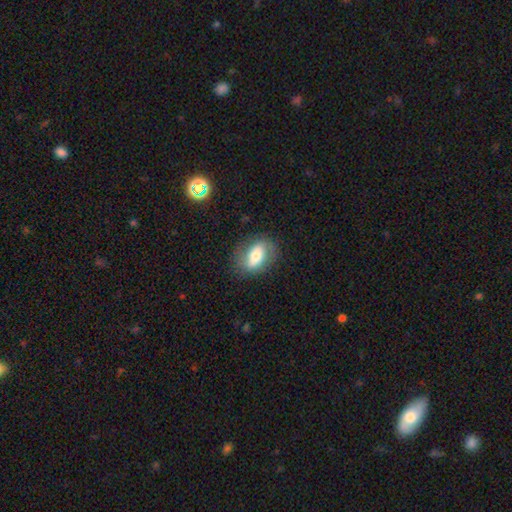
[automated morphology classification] This is possibly a smooth galaxy (57%). How rounded: clearly in between (80%). Merging: likely none (77%).